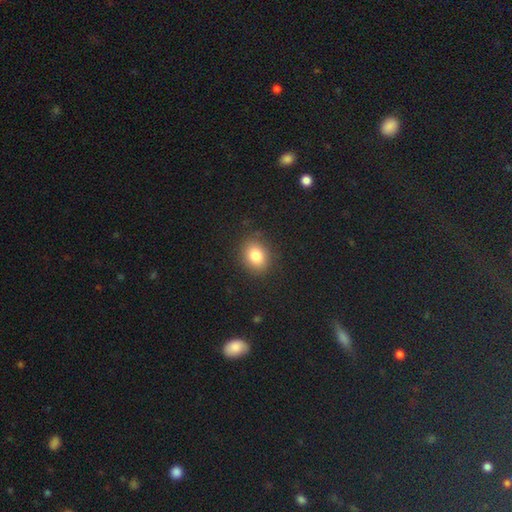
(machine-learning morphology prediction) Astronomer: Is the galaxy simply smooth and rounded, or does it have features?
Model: smooth — 82%.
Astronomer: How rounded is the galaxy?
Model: round — 52% (runner-up: in between, 47%).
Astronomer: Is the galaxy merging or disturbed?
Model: none — 86%.